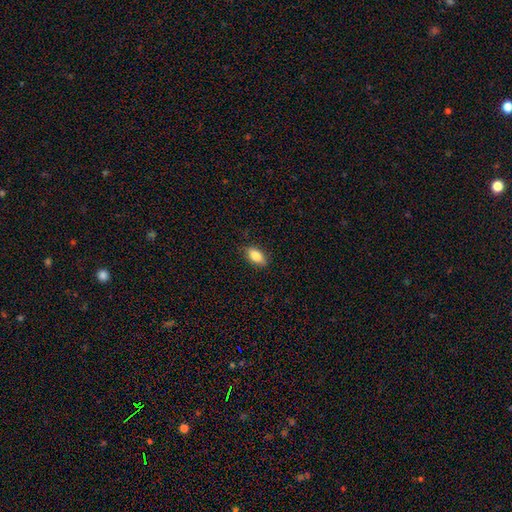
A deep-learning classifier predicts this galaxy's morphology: Smooth or featured: smooth — 83% (featured or disk — 10%)
How rounded: in between — 89% (cigar-shaped — 7%)
Merging: none — 85% (minor disturbance — 11%)